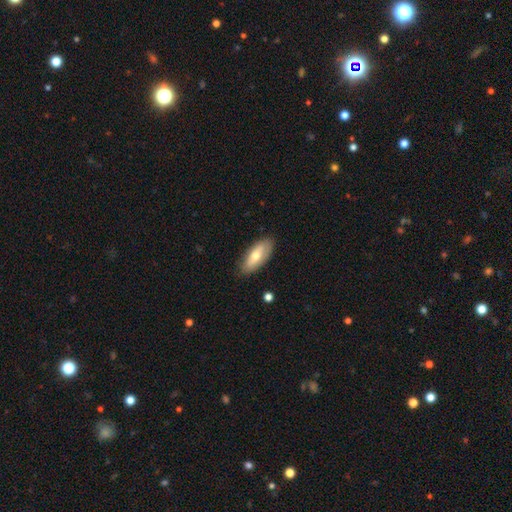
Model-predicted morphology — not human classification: Overall: smooth (62%; featured or disk 32%). How rounded: in between (83%). Merging: none (84%).